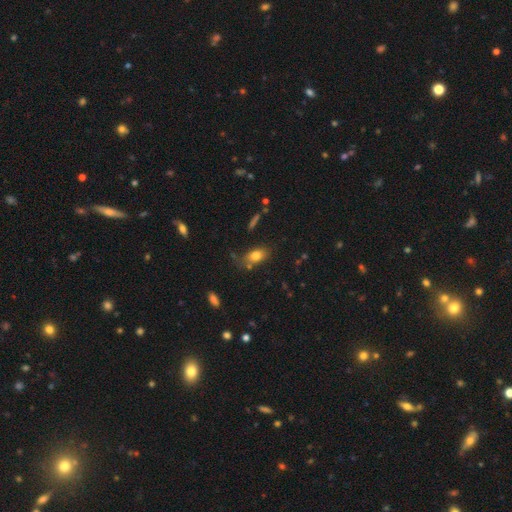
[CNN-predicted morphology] Smooth or featured: smooth — 79% (featured or disk — 12%)
How rounded: in between — 83% (round — 13%)
Merging: none — 64% (minor disturbance — 21%)